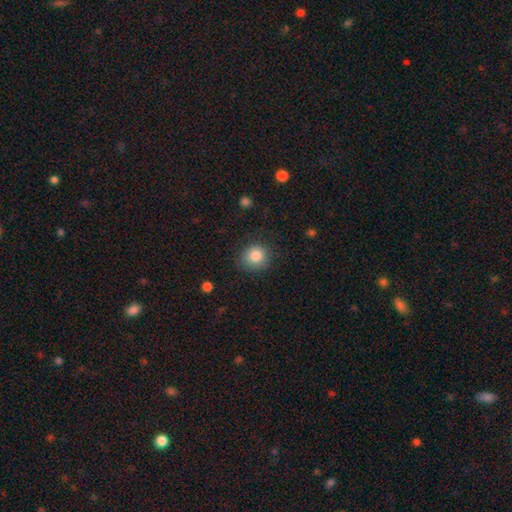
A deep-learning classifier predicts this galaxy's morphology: The model was most divided on "merging": none: 82%, minor disturbance: 13%, major disturbance: 4%, merger: 1%. More confident: how rounded — round (85%); smooth or featured — smooth (84%).